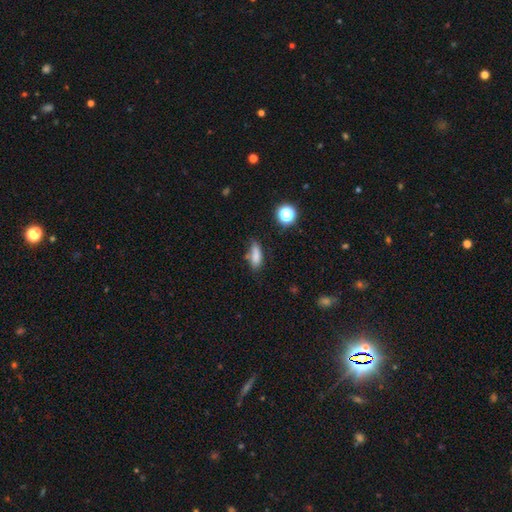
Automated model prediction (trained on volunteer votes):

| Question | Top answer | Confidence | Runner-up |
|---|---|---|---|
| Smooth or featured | smooth | 79% | star or artifact (12%) |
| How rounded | in between | 62% | cigar-shaped (33%) |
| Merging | none | 58% | minor disturbance (26%) |